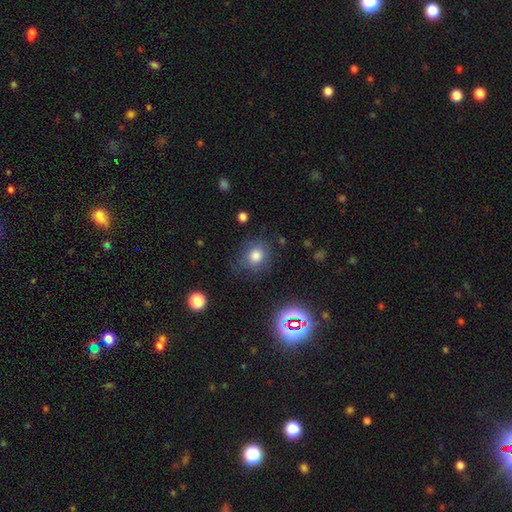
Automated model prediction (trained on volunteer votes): Smooth or featured?
  - smooth: 77% *
  - star or artifact: 13%
  - featured or disk: 10%
How rounded?
  - round: 73% *
  - in between: 26%
  - cigar-shaped: 1%
Merging?
  - none: 75% *
  - minor disturbance: 16%
  - major disturbance: 7%
  - merger: 2%